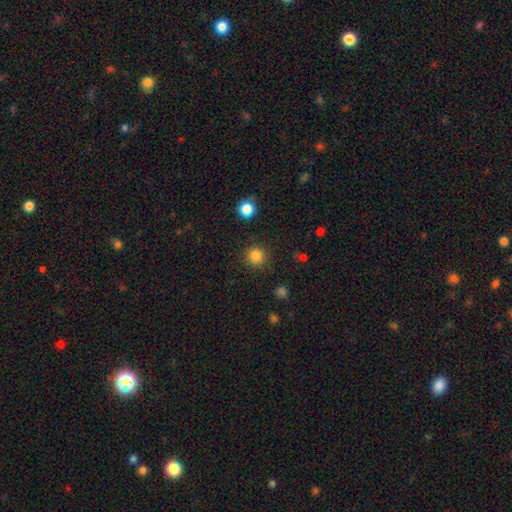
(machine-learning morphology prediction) smooth_or_featured: smooth (p=0.83) [alt: star or artifact p=0.13]
how_rounded: round (p=0.95) [alt: in between p=0.04]
merging: none (p=0.90) [alt: minor disturbance p=0.06]